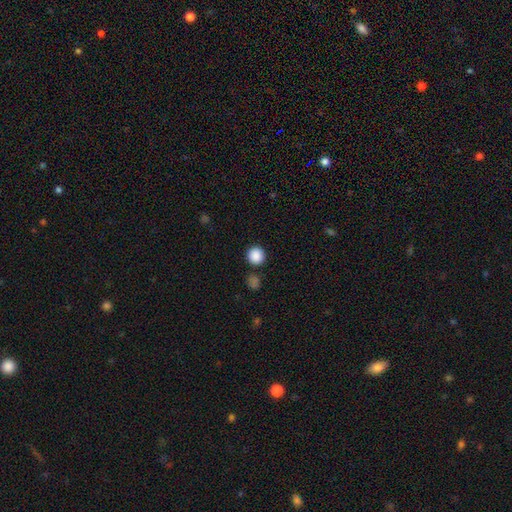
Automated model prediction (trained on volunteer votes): The model was most divided on "smooth or featured": smooth: 88%, star or artifact: 9%, featured or disk: 3%. More confident: how rounded — round (94%); merging — none (86%).